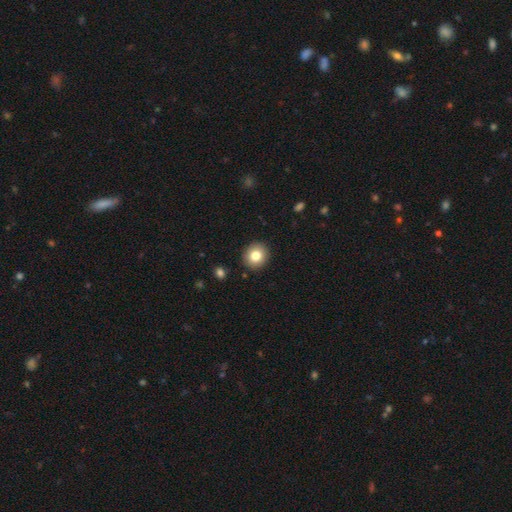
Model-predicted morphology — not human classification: A smooth galaxy with no disk features (81%) that is round (85%).

Vote fractions:
- Smooth or featured? smooth: 81% / featured or disk: 10% / star or artifact: 9%
- How rounded? round: 85% / in between: 15% / cigar-shaped: 1%
- Merging? none: 91% / minor disturbance: 6% / major disturbance: 2% / merger: 1%